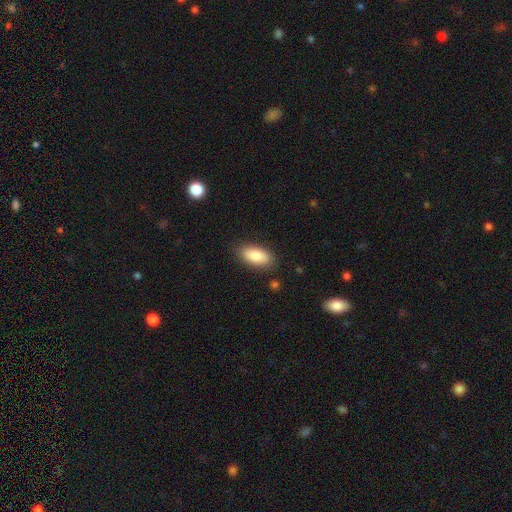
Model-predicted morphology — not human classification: smooth 84%, featured or disk 10%, star or artifact 6%. Down the decision tree: how rounded — in between (91%); merging — none (85%).